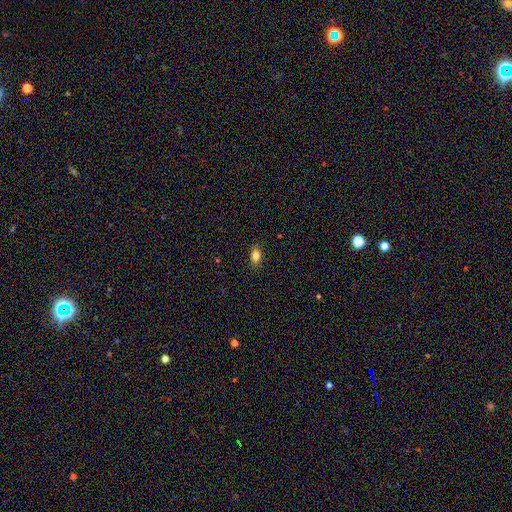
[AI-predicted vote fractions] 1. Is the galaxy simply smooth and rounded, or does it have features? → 80% smooth, 10% featured or disk, 10% star or artifact.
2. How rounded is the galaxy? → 84% in between, 9% round, 7% cigar-shaped.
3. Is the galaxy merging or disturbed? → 86% none, 11% minor disturbance, 2% major disturbance, 1% merger.